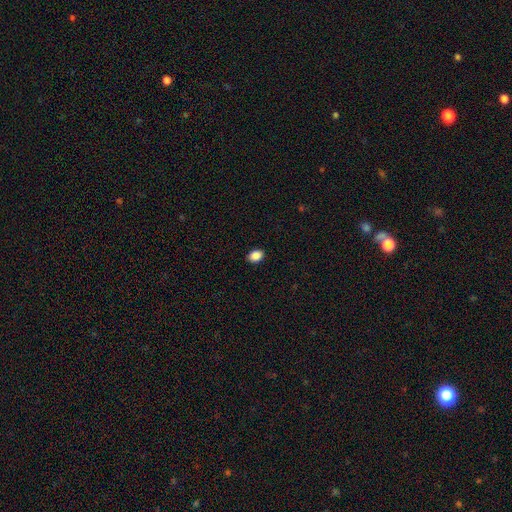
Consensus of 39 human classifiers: Smooth or featured?
  - smooth: 92% *
  - featured or disk: 5%
  - star or artifact: 3%
How rounded?
  - in between: 83% *
  - round: 17%
  - cigar-shaped: 0%
Merging?
  - none: 92% *
  - minor disturbance: 5%
  - major disturbance: 3%
  - merger: 0%